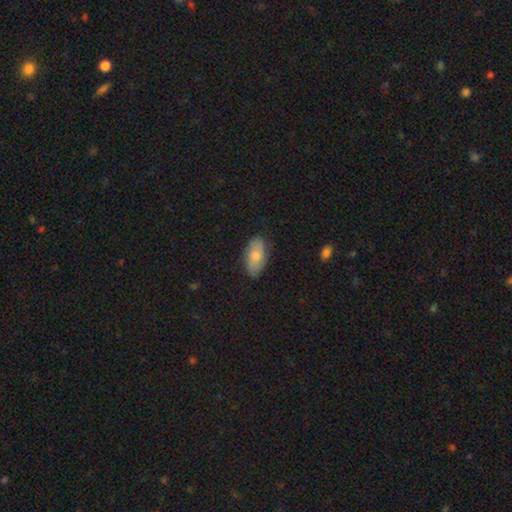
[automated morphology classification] Smooth or featured? Predicted: smooth (p=0.72). How rounded? Predicted: in between (p=0.92). Merging? Predicted: none (p=0.82).